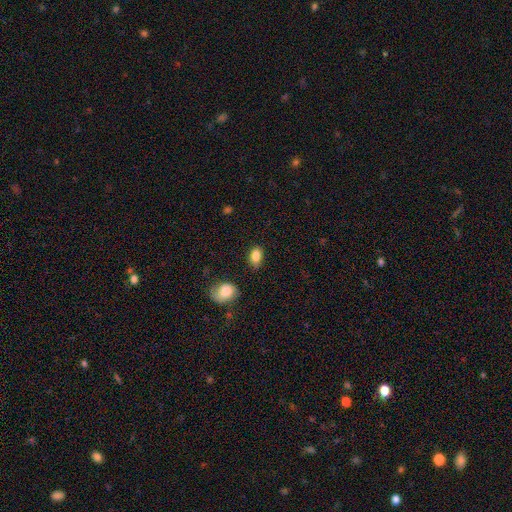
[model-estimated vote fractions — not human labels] Smooth or featured: smooth — 86% (star or artifact — 8%)
How rounded: in between — 83% (round — 15%)
Merging: none — 79% (minor disturbance — 15%)